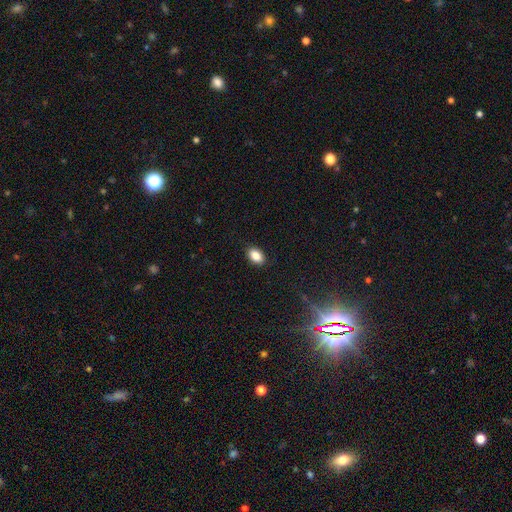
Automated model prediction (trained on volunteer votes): Q: Smooth or featured?
A: smooth (85%); runner-up: star or artifact (9%)
Q: How rounded?
A: in between (88%); runner-up: round (11%)
Q: Merging?
A: none (89%); runner-up: minor disturbance (8%)